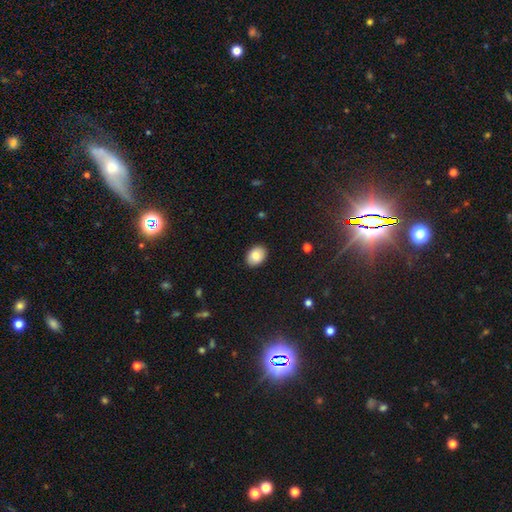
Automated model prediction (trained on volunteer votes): Morphology: type=smooth (83%); roundness=in between (74%); merging=none (90%).